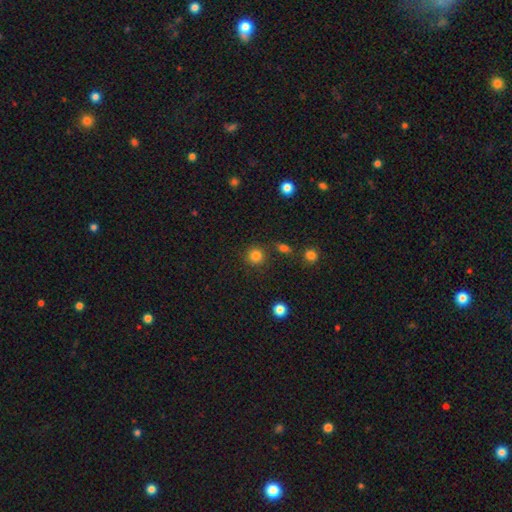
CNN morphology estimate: A smooth galaxy with no disk features (83%) that is round (92%).

Vote fractions:
- Smooth or featured? smooth: 83% / star or artifact: 12% / featured or disk: 5%
- How rounded? round: 92% / in between: 7% / cigar-shaped: 1%
- Merging? none: 85% / minor disturbance: 8% / merger: 4% / major disturbance: 3%